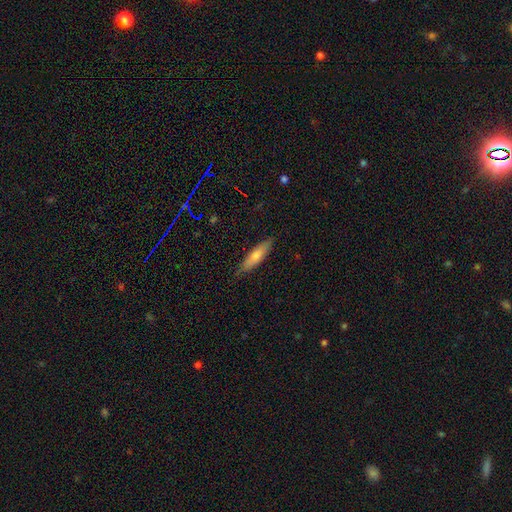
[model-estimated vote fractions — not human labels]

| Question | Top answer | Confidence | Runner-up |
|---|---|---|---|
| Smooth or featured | smooth | 64% | featured or disk (30%) |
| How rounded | cigar-shaped | 71% | in between (27%) |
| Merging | none | 84% | minor disturbance (13%) |